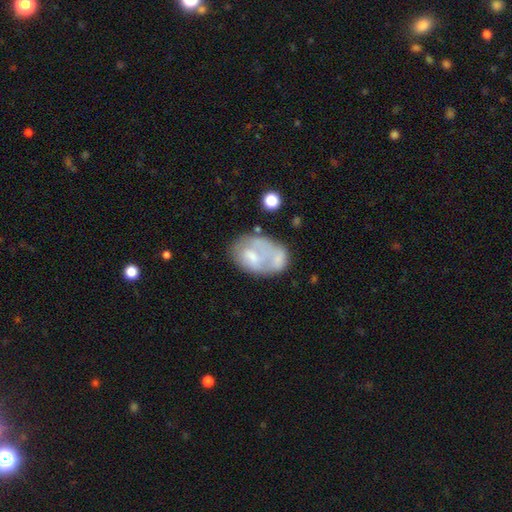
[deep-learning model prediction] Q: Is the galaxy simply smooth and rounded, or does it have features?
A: smooth — 46%, tied with featured or disk.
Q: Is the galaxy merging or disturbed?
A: none — 32%.